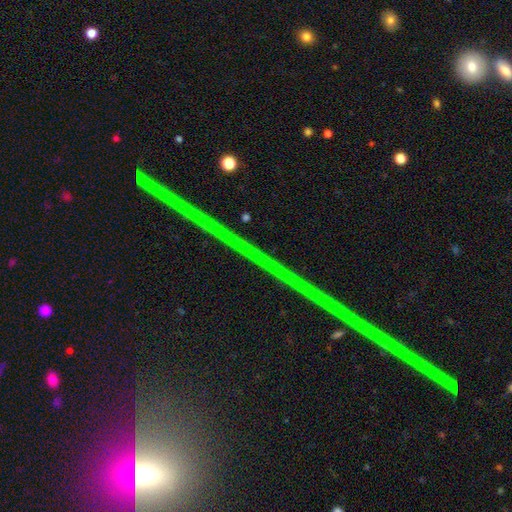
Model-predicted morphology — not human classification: star or artifact 83%, featured or disk 10%, smooth 6%.